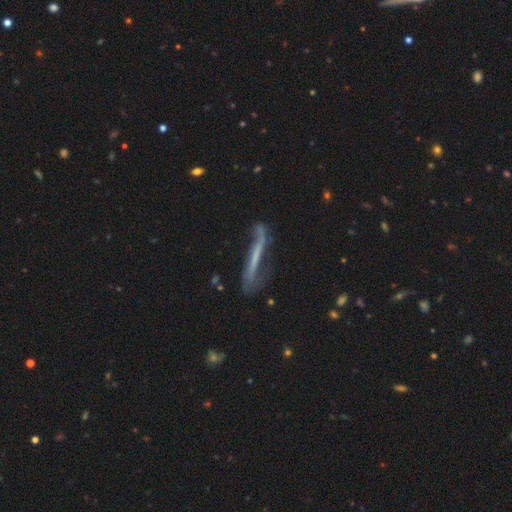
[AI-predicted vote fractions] The model was most divided on "merging": none: 52%, minor disturbance: 27%, major disturbance: 16%, merger: 5%. More confident: edge-on disk — yes (69%); smooth or featured — featured or disk (59%).